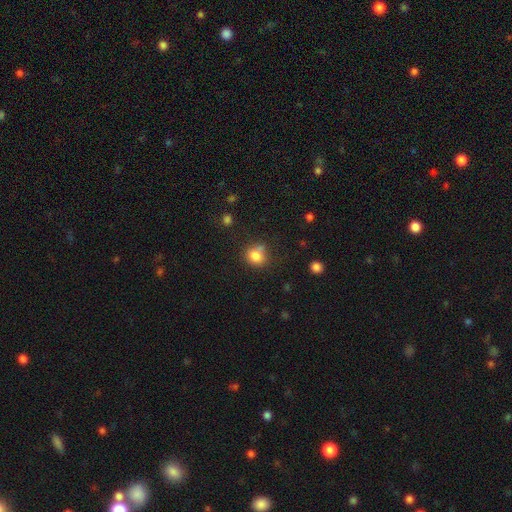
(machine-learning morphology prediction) This appears to be a smooth galaxy with no disk features (81%) that is round (73%). Merging: none (59%).